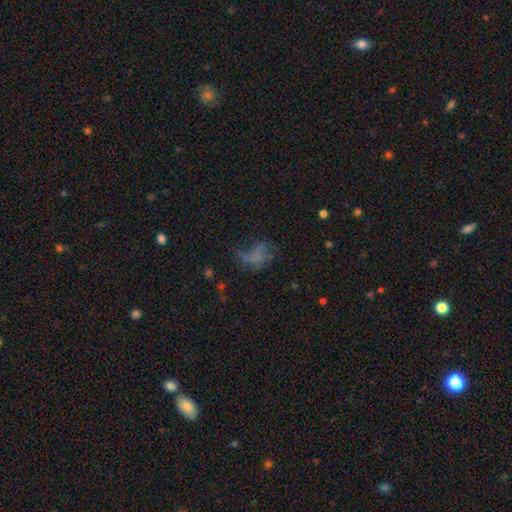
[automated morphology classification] A smooth galaxy with no disk features (46%). Merging: major disturbance (42%).